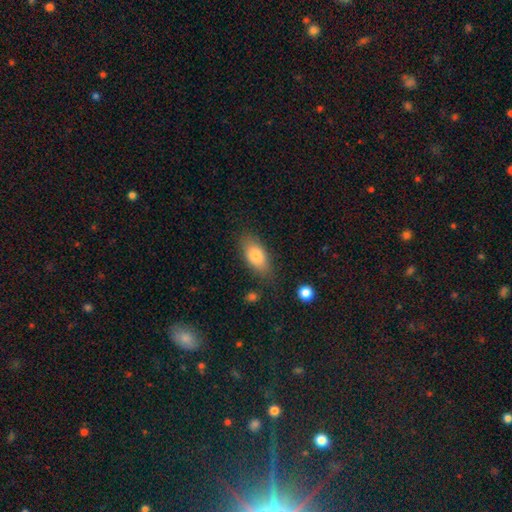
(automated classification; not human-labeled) This is clearly a smooth galaxy (80%). How rounded: clearly in between (88%). Merging: likely none (76%).